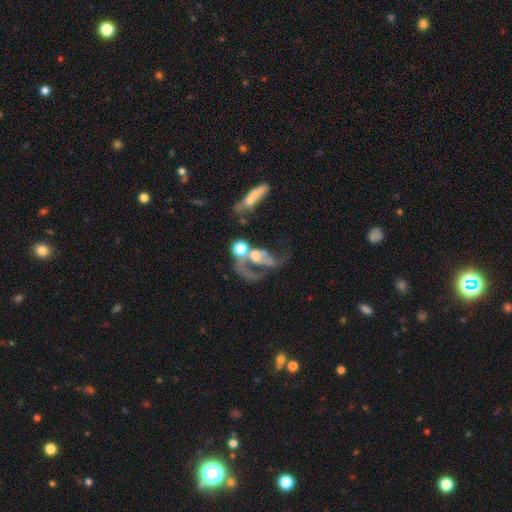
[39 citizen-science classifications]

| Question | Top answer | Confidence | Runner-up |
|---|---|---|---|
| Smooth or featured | featured or disk | 59% | smooth (31%) |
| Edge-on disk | no | 100% | — |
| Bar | no | 61% | weak (35%) |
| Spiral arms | yes | 91% | no (9%) |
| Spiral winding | medium | 52% | loose (43%) |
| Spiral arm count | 2 | 90% | 1 (10%) |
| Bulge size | moderate | 65% | small (17%) |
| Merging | merger | 37% | major disturbance (34%) |